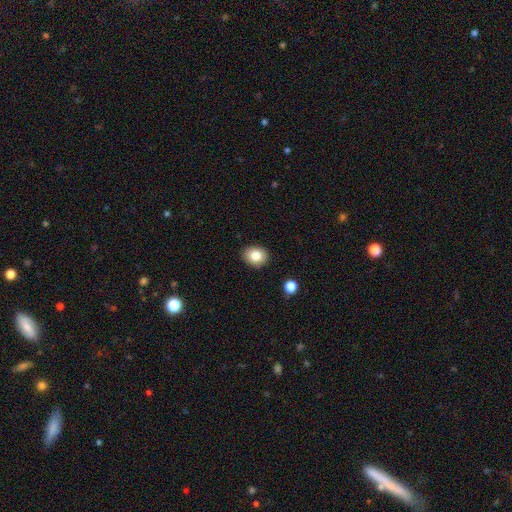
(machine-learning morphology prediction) Overall: smooth (83%). How rounded: round (56%; in between 43%). Merging: none (88%).